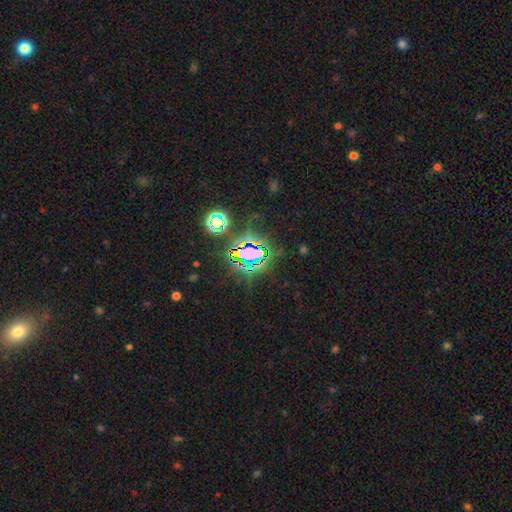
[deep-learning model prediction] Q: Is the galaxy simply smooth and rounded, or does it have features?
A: star or artifact — 76%.